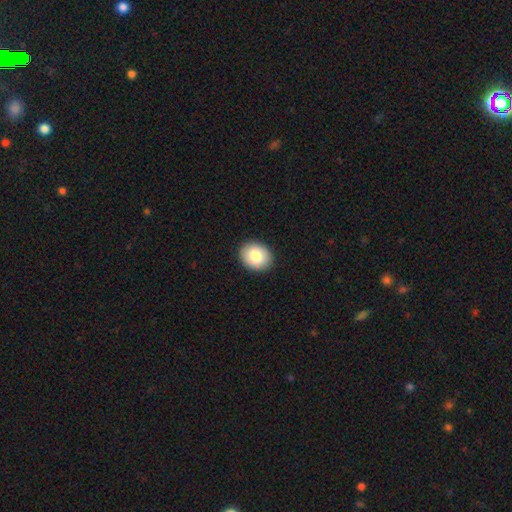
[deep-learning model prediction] Smooth or featured? Predicted: smooth (p=0.80). How rounded? Predicted: round (p=0.56). Merging? Predicted: none (p=0.89).